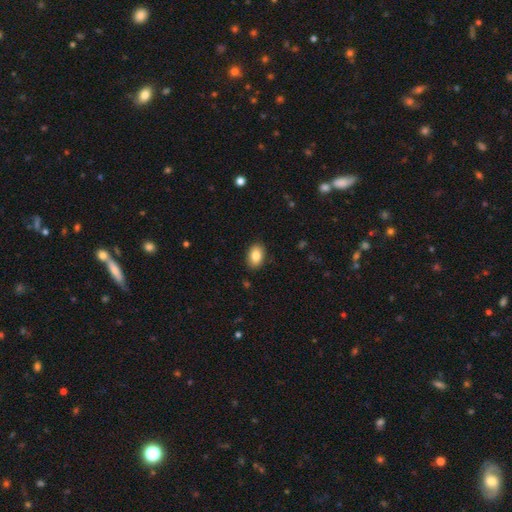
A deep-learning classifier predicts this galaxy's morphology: This is clearly a smooth galaxy (85%). How rounded: clearly in between (87%). Merging: clearly none (89%).